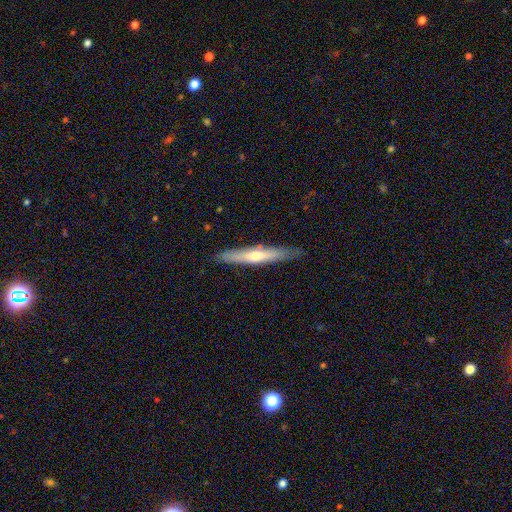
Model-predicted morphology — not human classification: Smooth or featured?
  - featured or disk: 49% *
  - smooth: 45%
  - star or artifact: 6%
Merging?
  - none: 85% *
  - minor disturbance: 12%
  - major disturbance: 2%
  - merger: 1%